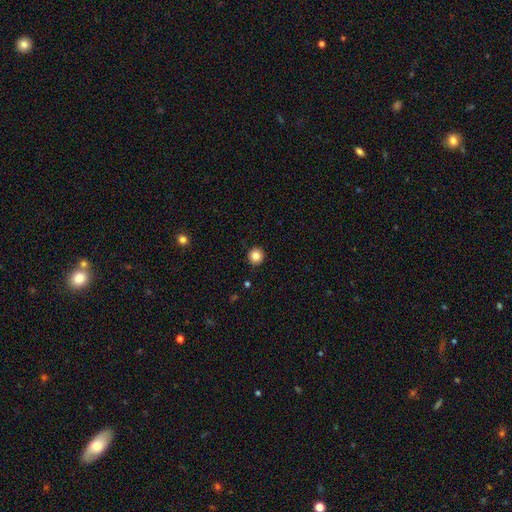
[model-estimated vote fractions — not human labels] Q: Smooth or featured?
A: smooth (84%); runner-up: star or artifact (10%)
Q: How rounded?
A: round (94%); runner-up: in between (5%)
Q: Merging?
A: none (92%); runner-up: minor disturbance (6%)